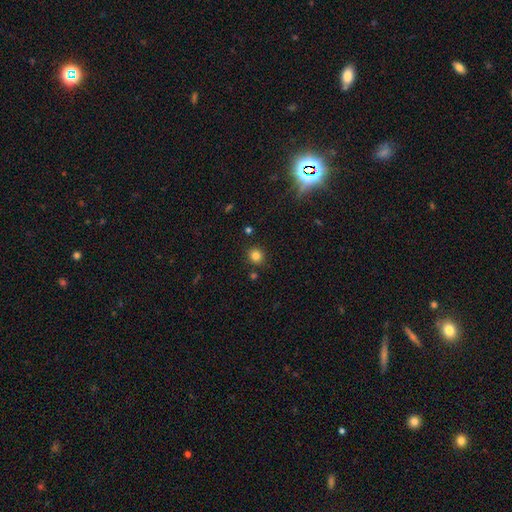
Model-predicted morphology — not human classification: smooth 82%, star or artifact 13%, featured or disk 5%. Down the decision tree: how rounded — round (87%); merging — none (87%).